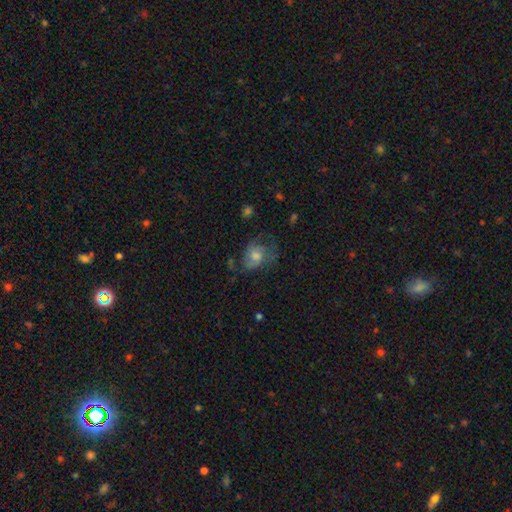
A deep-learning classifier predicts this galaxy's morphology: Smooth or featured? featured or disk (53%)
Edge-on disk? no (96%)
Bar? no (72%)
Spiral arms? yes (73%)
Bulge size? moderate (53%)
Merging? none (50%)